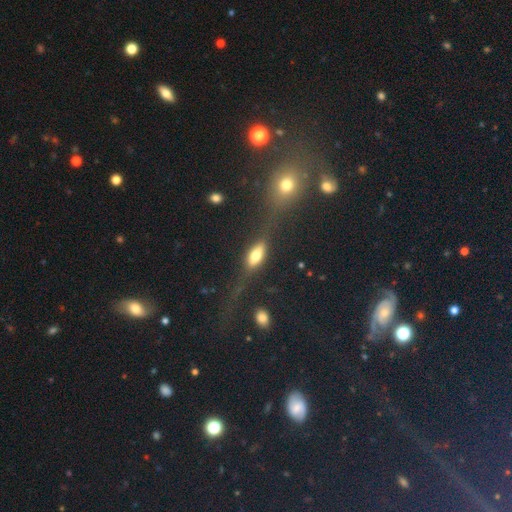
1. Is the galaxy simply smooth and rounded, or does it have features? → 55% smooth, 39% featured or disk, 5% star or artifact.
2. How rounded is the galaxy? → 57% in between, 38% cigar-shaped, 5% round.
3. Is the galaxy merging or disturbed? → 67% none, 17% minor disturbance, 14% major disturbance, 3% merger.